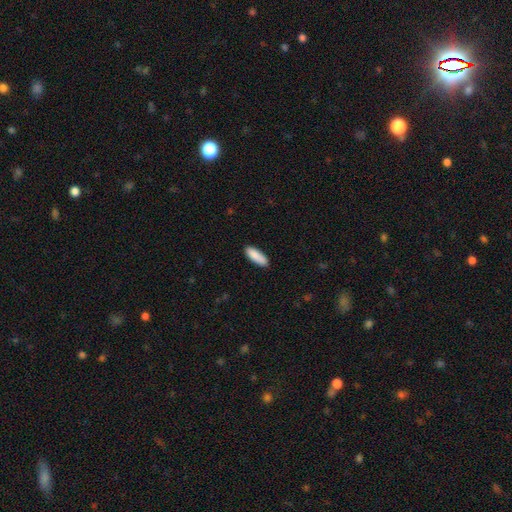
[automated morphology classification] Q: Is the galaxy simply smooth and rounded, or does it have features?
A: smooth — 89%.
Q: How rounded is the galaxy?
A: in between — 60%.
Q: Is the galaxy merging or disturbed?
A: none — 87%.